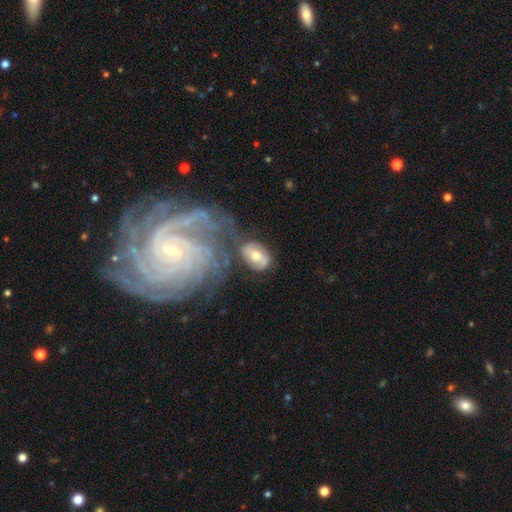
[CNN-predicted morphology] smooth_or_featured: featured or disk (p=0.51) [alt: smooth p=0.42]
disk_edge_on: no (p=0.93) [alt: yes p=0.07]
merging: none (p=0.59) [alt: minor disturbance p=0.18]